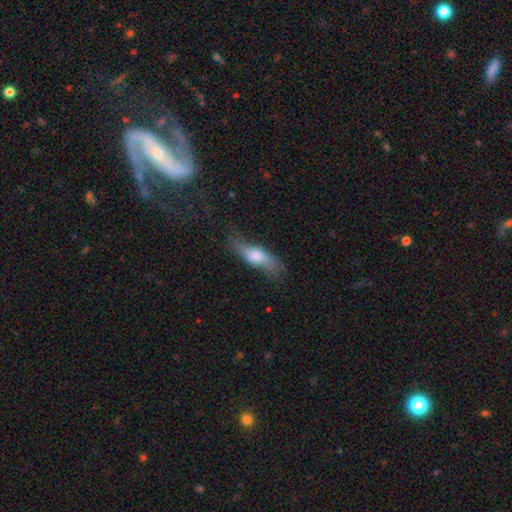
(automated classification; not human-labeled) Smooth or featured?
  - smooth: 57% *
  - featured or disk: 35%
  - star or artifact: 7%
How rounded?
  - cigar-shaped: 50% *
  - in between: 47%
  - round: 4%
Merging?
  - none: 58% *
  - minor disturbance: 28%
  - major disturbance: 12%
  - merger: 2%